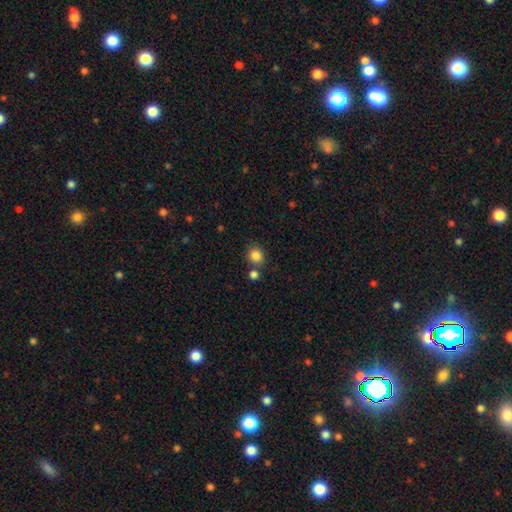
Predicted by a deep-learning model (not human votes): A smooth galaxy with no disk features (85%) that is round (75%).

Vote fractions:
- Smooth or featured? smooth: 85% / star or artifact: 11% / featured or disk: 4%
- How rounded? round: 75% / in between: 24% / cigar-shaped: 1%
- Merging? none: 70% / merger: 16% / minor disturbance: 10% / major disturbance: 4%